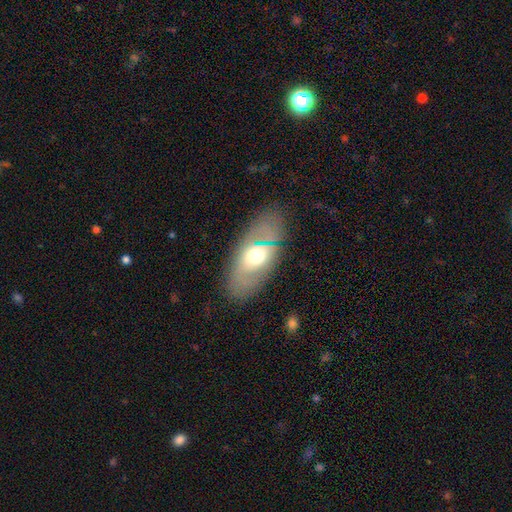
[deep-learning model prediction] A smooth galaxy with no disk features (52%) that is in between round and cigar-shaped (87%).

Vote fractions:
- Smooth or featured? smooth: 52% / featured or disk: 38% / star or artifact: 10%
- How rounded? in between: 87% / round: 8% / cigar-shaped: 6%
- Merging? none: 74% / minor disturbance: 16% / major disturbance: 8% / merger: 2%